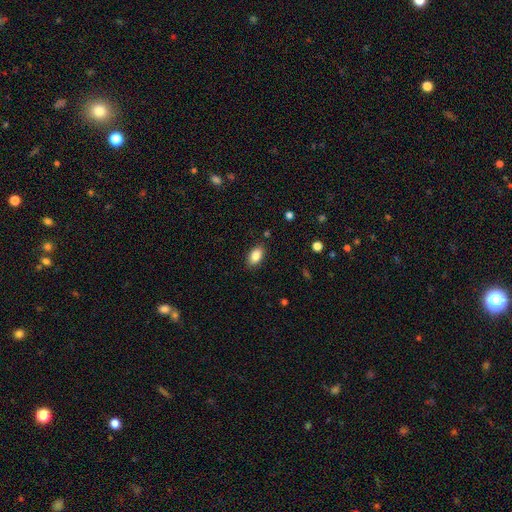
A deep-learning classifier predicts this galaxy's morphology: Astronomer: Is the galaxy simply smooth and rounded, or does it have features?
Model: smooth — 85%.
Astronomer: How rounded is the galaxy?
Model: in between — 91%.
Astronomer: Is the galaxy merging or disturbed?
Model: none — 86%.